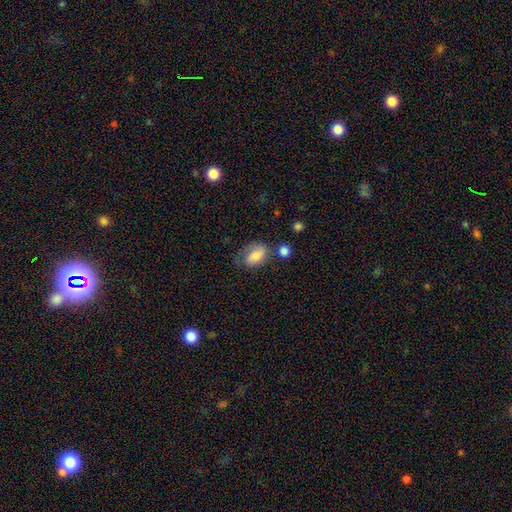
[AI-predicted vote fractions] The model was most divided on "merging": none: 52%, minor disturbance: 28%, major disturbance: 12%, merger: 8%. More confident: how rounded — in between (86%); smooth or featured — smooth (71%).